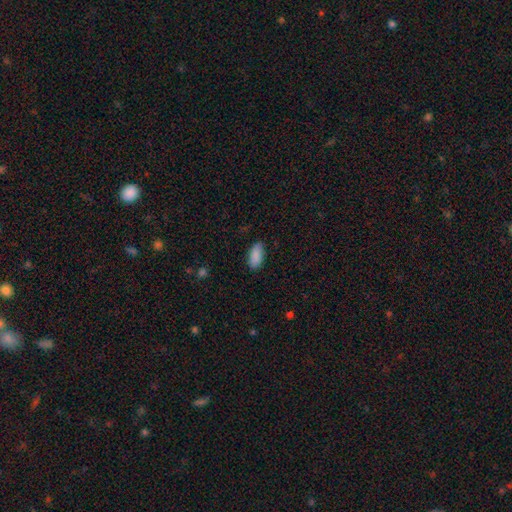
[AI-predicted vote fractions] Overall: smooth (89%). How rounded: in between (89%). Merging: none (84%).